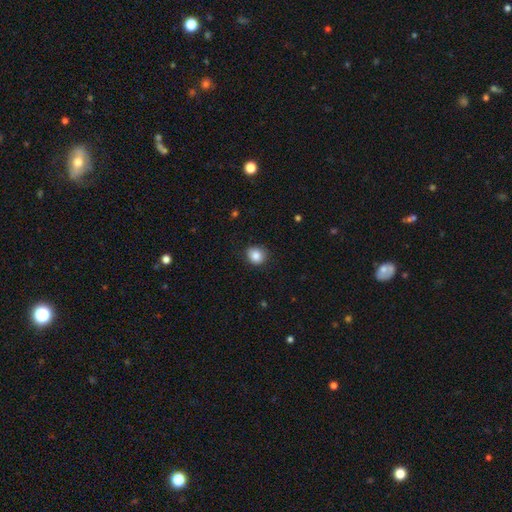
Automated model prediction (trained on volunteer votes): Smooth or featured? smooth (86%)
How rounded? round (85%)
Merging? none (85%)